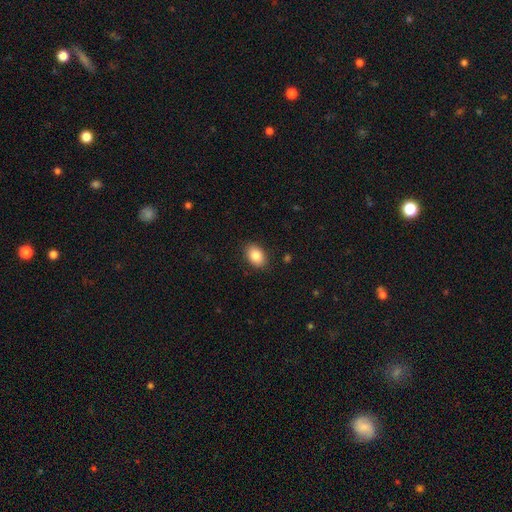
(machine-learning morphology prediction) type=smooth (85%); roundness=in between (81%); merging=none (87%).